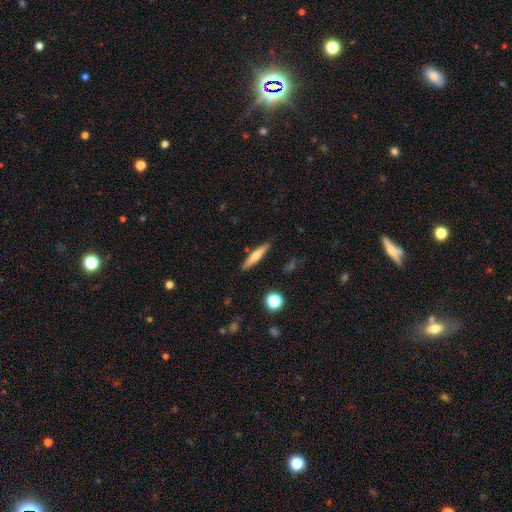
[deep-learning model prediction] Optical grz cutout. It shows a smooth galaxy with no disk features (57%) that is cigar-shaped (88%). Merging: none (88%).